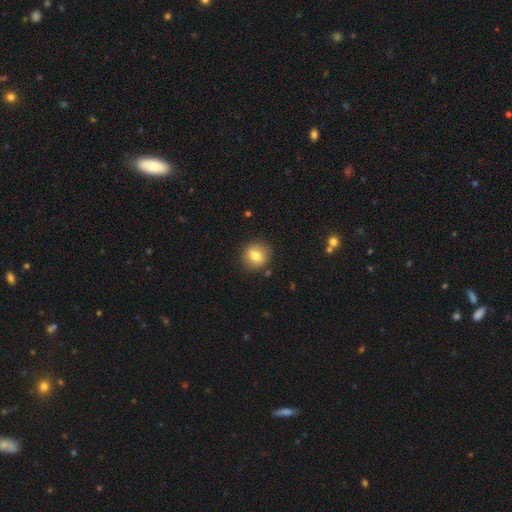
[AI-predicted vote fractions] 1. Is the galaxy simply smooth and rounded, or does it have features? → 78% smooth, 12% featured or disk, 10% star or artifact.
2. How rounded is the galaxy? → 89% round, 10% in between, 1% cigar-shaped.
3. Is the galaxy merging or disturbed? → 88% none, 9% minor disturbance, 2% major disturbance, 2% merger.